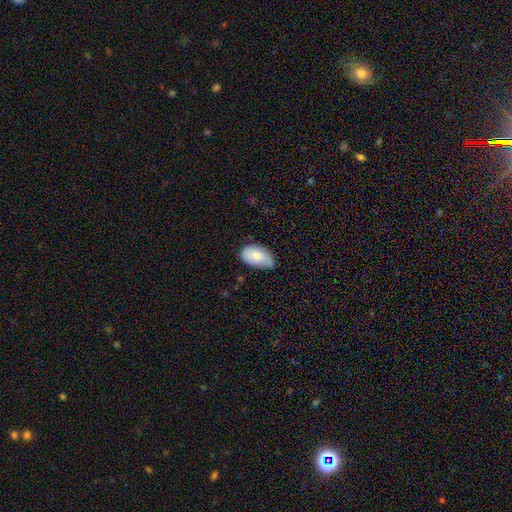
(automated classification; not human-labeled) This is clearly a smooth galaxy (80%). How rounded: clearly in between (94%). Merging: possibly none (50%).